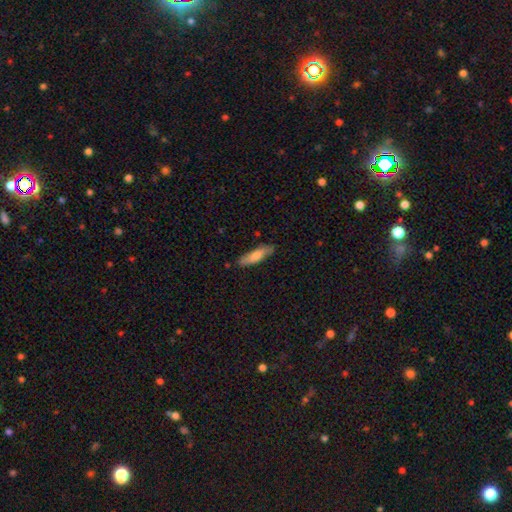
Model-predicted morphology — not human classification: Smooth or featured? Predicted: smooth (p=0.71). How rounded? Predicted: cigar-shaped (p=0.68). Merging? Predicted: none (p=0.81).